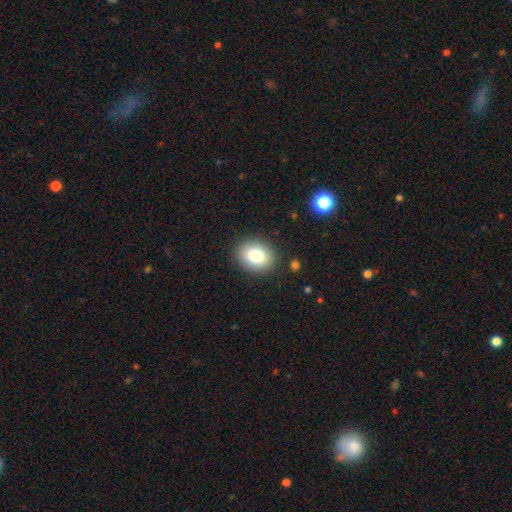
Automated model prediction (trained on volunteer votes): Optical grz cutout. It shows a smooth galaxy with no disk features (80%) that is in between round and cigar-shaped (55%). Merging: none (88%).